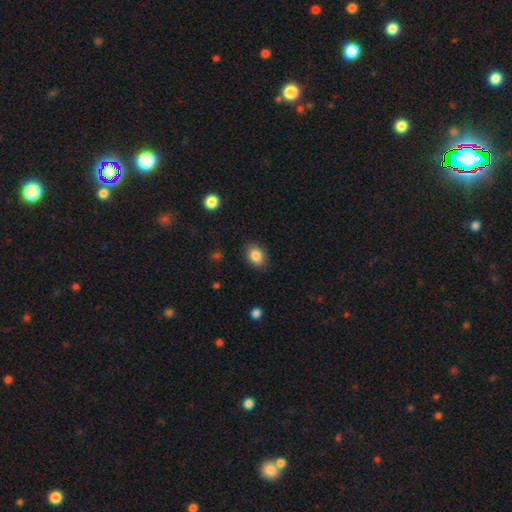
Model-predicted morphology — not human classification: Q: Smooth or featured?
A: smooth (86%); runner-up: star or artifact (9%)
Q: How rounded?
A: in between (76%); runner-up: round (23%)
Q: Merging?
A: none (86%); runner-up: minor disturbance (10%)